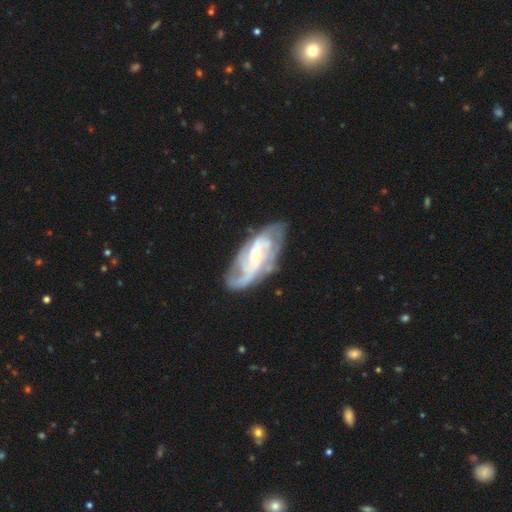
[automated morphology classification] smooth-or-featured: featured or disk: 84% | smooth: 11% | star or artifact: 5%
  disk-edge-on: no: 94% | yes: 6%
    bar: weak: 44% | no: 40% | strong: 16%
    has-spiral-arms: yes: 95% | no: 5%
      spiral-winding: medium: 44% | tight: 37% | loose: 19%
      spiral-arm-count: 2: 40% | can't tell: 24% | 3: 21% | 4: 7% | 1: 5% | more than 4: 4%
    bulge-size: small: 52% | moderate: 38% | none: 5% | large: 4% | dominant: 1%
  merging: none: 66% | minor disturbance: 21% | major disturbance: 11% | merger: 2%